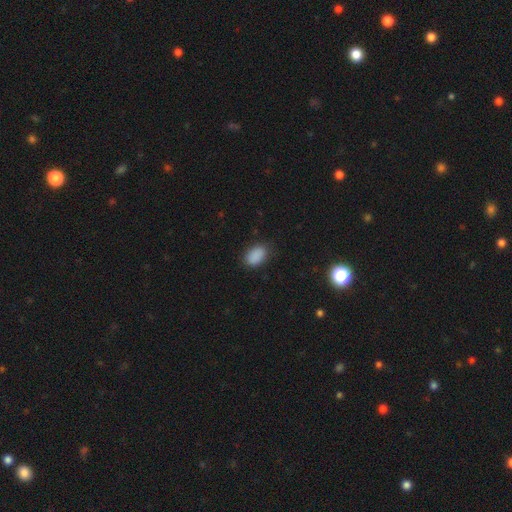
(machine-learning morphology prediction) This is clearly a smooth galaxy (88%). How rounded: clearly in between (88%). Merging: clearly none (82%).